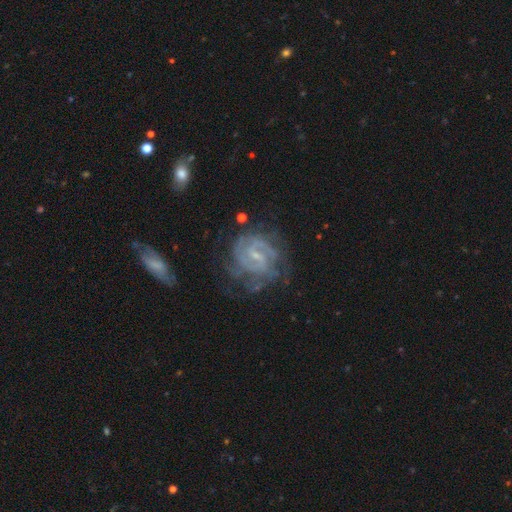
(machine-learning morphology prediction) This is clearly a featured or disk galaxy (87%). It is clearly not viewed edge-on (98%). Bar: possibly weak (59%). Spiral arm pattern: clearly yes (96%). Spiral arm count: marginally 2 (42%). Spiral winding: possibly tight (59%). Central bulge: likely small (64%). Merging: likely none (67%).